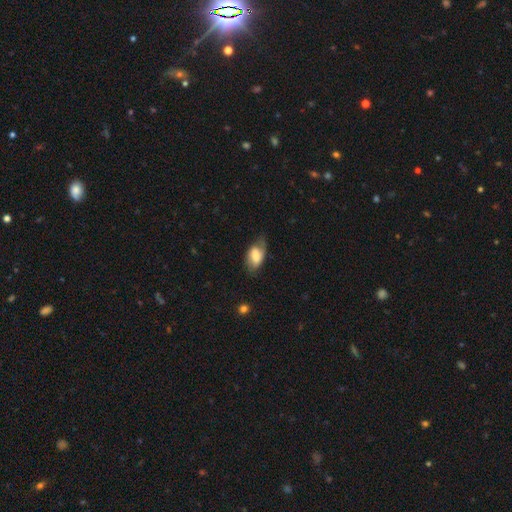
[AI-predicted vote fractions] Smooth or featured?
  - smooth: 66% *
  - featured or disk: 27%
  - star or artifact: 7%
How rounded?
  - in between: 91% *
  - round: 6%
  - cigar-shaped: 3%
Merging?
  - none: 54% *
  - minor disturbance: 32%
  - major disturbance: 13%
  - merger: 2%